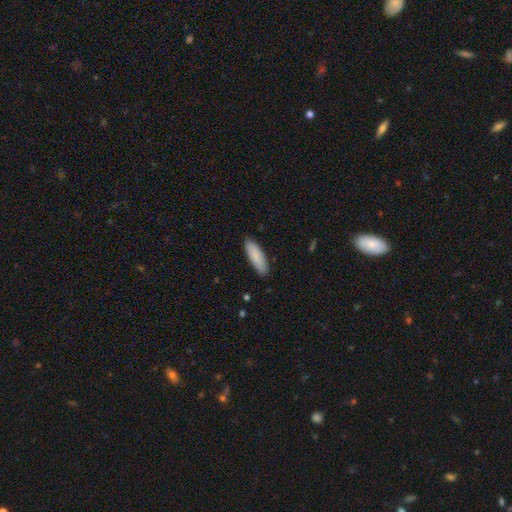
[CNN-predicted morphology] type=smooth (88%); roundness=in between (49%, tied with cigar-shaped); merging=none (87%).